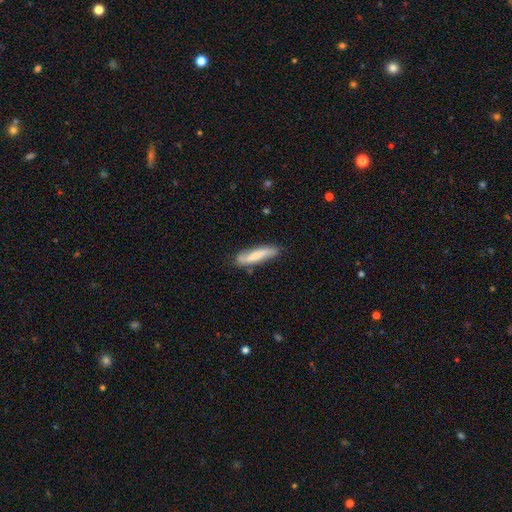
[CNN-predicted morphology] Smooth or featured? Predicted: smooth (p=0.57). How rounded? Predicted: cigar-shaped (p=0.77). Merging? Predicted: none (p=0.76).